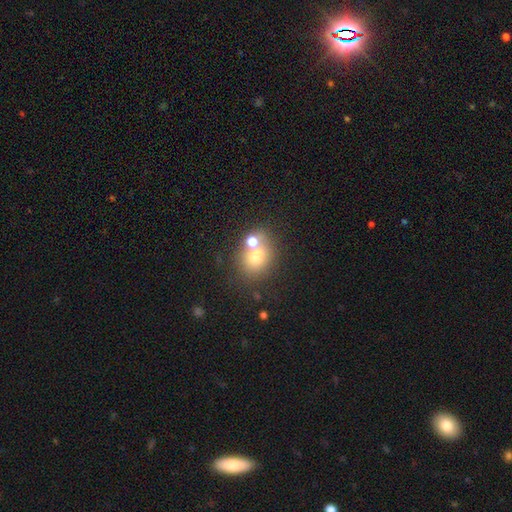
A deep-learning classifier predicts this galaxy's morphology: Smooth or featured? smooth (69%)
How rounded? round (65%)
Merging? none (52%)